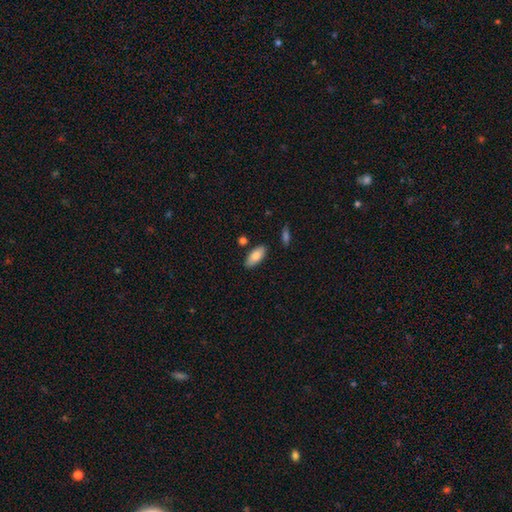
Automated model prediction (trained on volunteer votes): Q: Smooth or featured?
A: smooth (84%); runner-up: featured or disk (10%)
Q: How rounded?
A: in between (88%); runner-up: cigar-shaped (10%)
Q: Merging?
A: none (83%); runner-up: minor disturbance (11%)